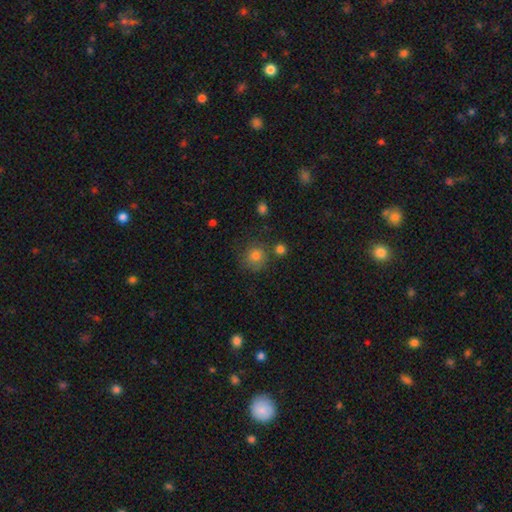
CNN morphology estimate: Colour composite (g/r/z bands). It shows a smooth galaxy with no disk features (76%) that is round (87%). Merging: none (65%).